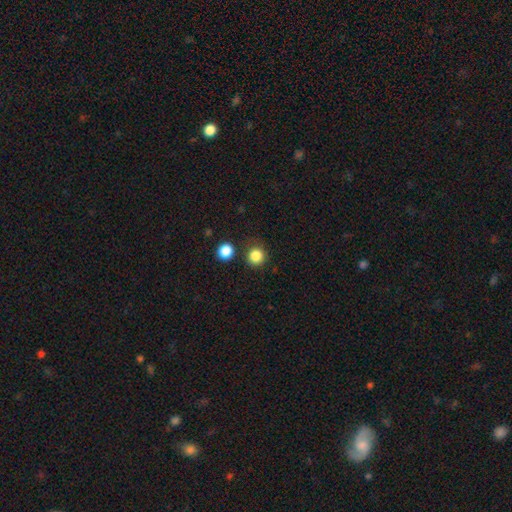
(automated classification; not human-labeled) The model was most divided on "smooth or featured": smooth: 85%, star or artifact: 11%, featured or disk: 4%. More confident: how rounded — round (93%); merging — none (83%).